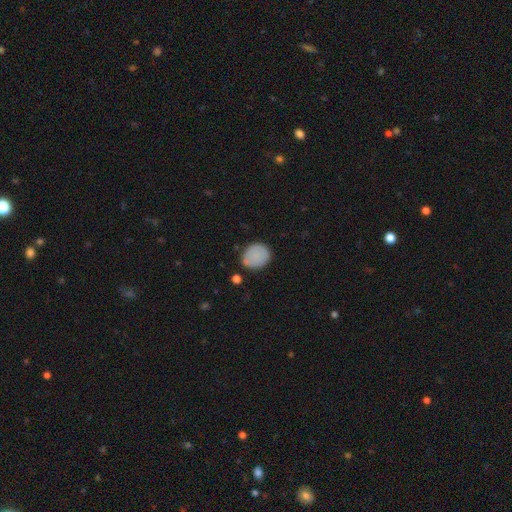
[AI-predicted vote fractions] Overall: smooth (84%). How rounded: round (69%; in between 30%). Merging: none (76%).